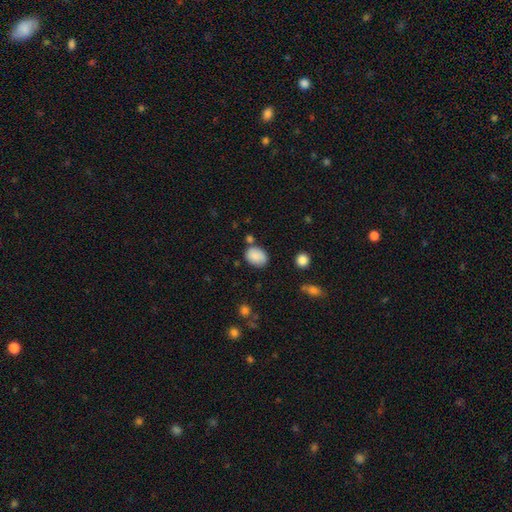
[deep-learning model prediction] A smooth galaxy with no disk features (86%) that is in between round and cigar-shaped (65%). Merging: none (71%).